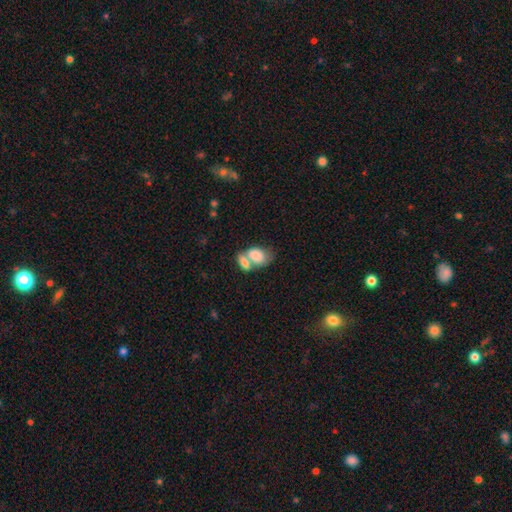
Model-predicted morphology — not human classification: smooth-or-featured: smooth: 80% | featured or disk: 14% | star or artifact: 7%
  how-rounded: in between: 87% | round: 11% | cigar-shaped: 2%
  merging: merger: 67% | none: 19% | minor disturbance: 8% | major disturbance: 6%